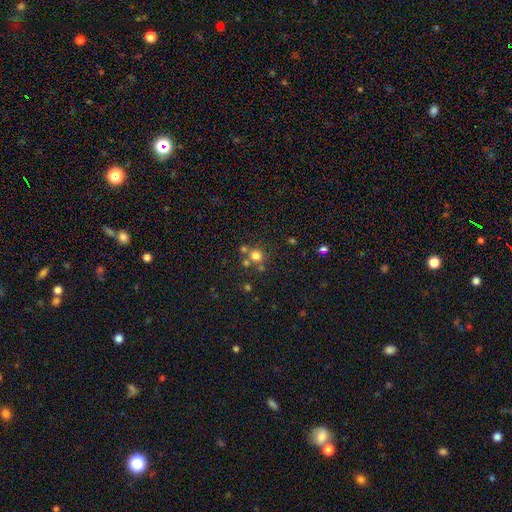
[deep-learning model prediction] Smooth or featured?
  - smooth: 73% *
  - star or artifact: 18%
  - featured or disk: 9%
How rounded?
  - round: 89% *
  - in between: 10%
  - cigar-shaped: 1%
Merging?
  - none: 62% *
  - merger: 26%
  - minor disturbance: 8%
  - major disturbance: 4%